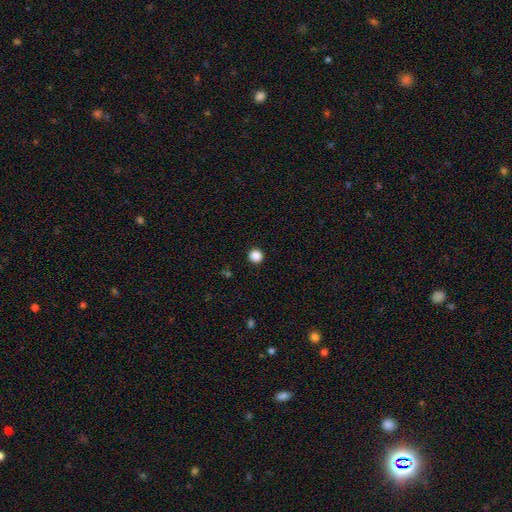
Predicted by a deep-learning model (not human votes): Smooth or featured: smooth — 87% (star or artifact — 11%)
How rounded: round — 95% (in between — 4%)
Merging: none — 93% (minor disturbance — 4%)